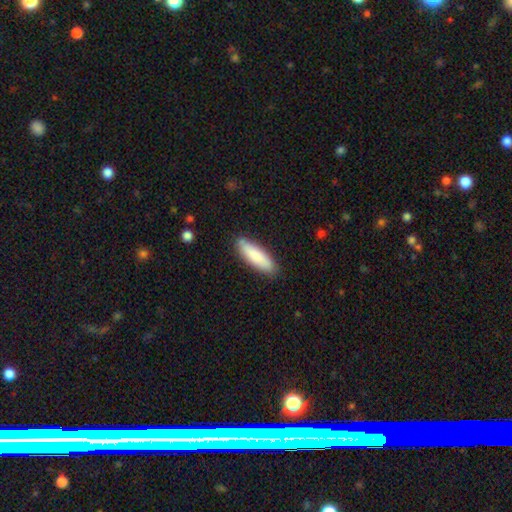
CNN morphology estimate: type=smooth (84%); roundness=cigar-shaped (55%); merging=none (84%).